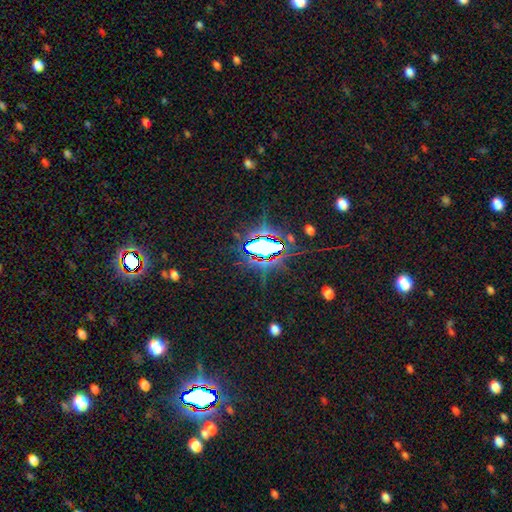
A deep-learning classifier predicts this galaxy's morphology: A star or artifact, not a galaxy (70%).